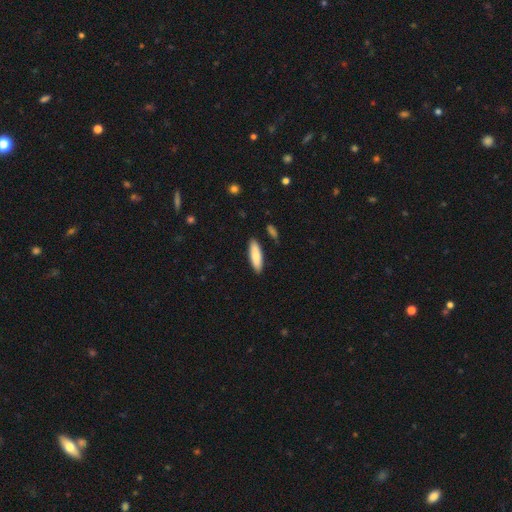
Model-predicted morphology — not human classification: A smooth galaxy with no disk features (84%) that is cigar-shaped (54%).

Vote fractions:
- Smooth or featured? smooth: 84% / featured or disk: 10% / star or artifact: 6%
- How rounded? cigar-shaped: 54% / in between: 45% / round: 2%
- Merging? none: 87% / minor disturbance: 9% / merger: 2% / major disturbance: 2%